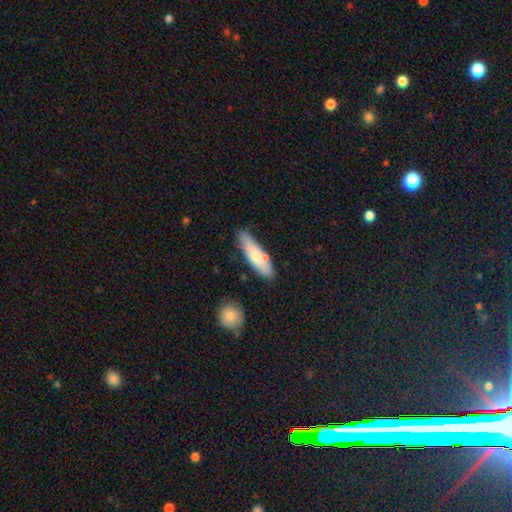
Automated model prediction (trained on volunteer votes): Smooth or featured?
  - smooth: 64% *
  - featured or disk: 30%
  - star or artifact: 5%
How rounded?
  - cigar-shaped: 58% *
  - in between: 40%
  - round: 2%
Merging?
  - none: 74% *
  - minor disturbance: 16%
  - merger: 8%
  - major disturbance: 3%